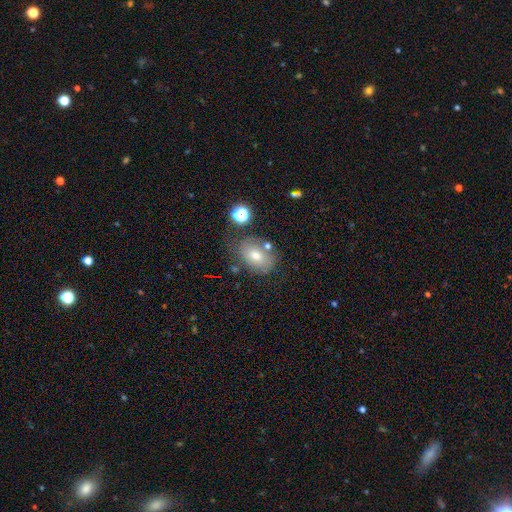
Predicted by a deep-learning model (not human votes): A smooth galaxy with no disk features (65%) that is in between round and cigar-shaped (77%). Merging: none (63%).